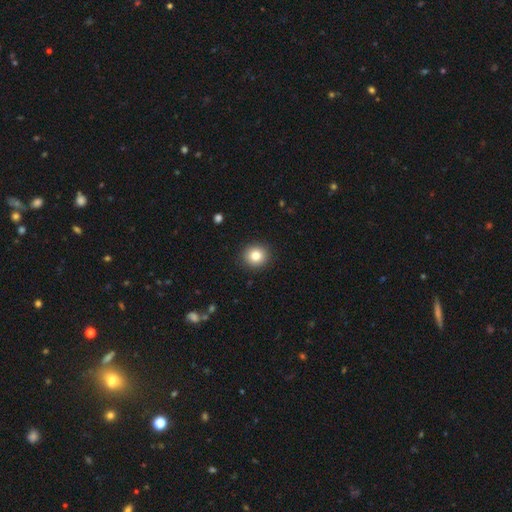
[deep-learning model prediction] Morphology: type=smooth (82%); roundness=round (91%); merging=none (92%).